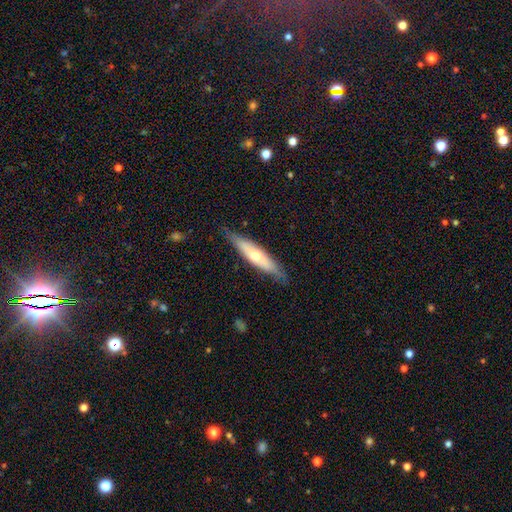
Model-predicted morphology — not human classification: type=featured or disk (50%); merging=none (81%).